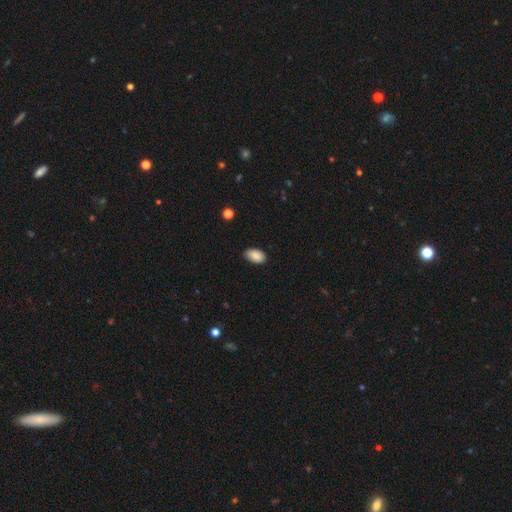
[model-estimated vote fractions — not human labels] Q: Smooth or featured?
A: smooth (88%); runner-up: star or artifact (7%)
Q: How rounded?
A: in between (93%); runner-up: round (5%)
Q: Merging?
A: none (81%); runner-up: minor disturbance (16%)